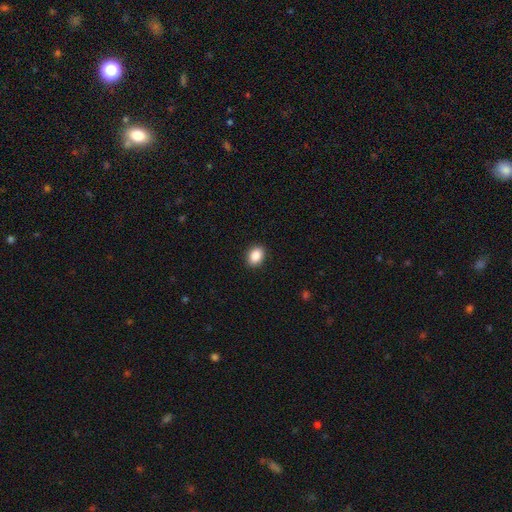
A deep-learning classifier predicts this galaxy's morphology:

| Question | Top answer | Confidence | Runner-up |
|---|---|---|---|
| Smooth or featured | smooth | 88% | star or artifact (8%) |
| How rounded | in between | 73% | round (26%) |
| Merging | none | 91% | minor disturbance (7%) |